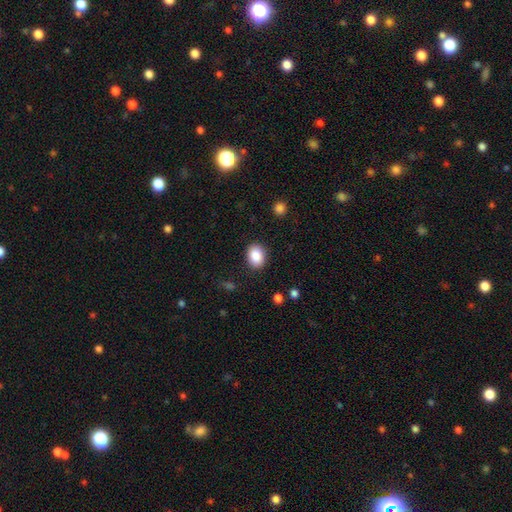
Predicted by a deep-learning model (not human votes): smooth_or_featured: smooth (p=0.88) [alt: star or artifact p=0.08]
how_rounded: in between (p=0.61) [alt: round p=0.38]
merging: none (p=0.88) [alt: minor disturbance p=0.08]